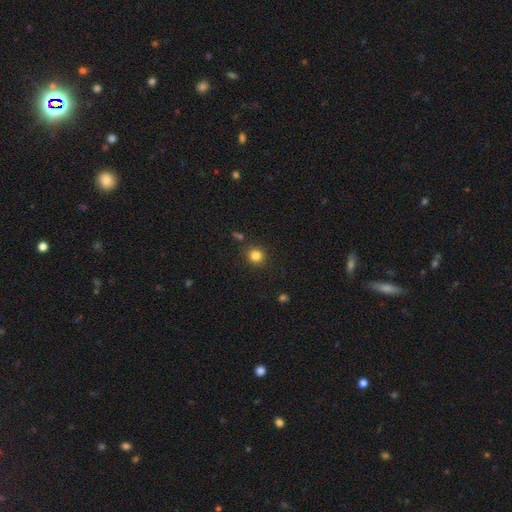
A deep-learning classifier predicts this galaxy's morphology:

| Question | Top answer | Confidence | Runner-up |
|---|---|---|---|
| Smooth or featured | smooth | 83% | star or artifact (12%) |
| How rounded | round | 90% | in between (9%) |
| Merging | none | 88% | minor disturbance (7%) |